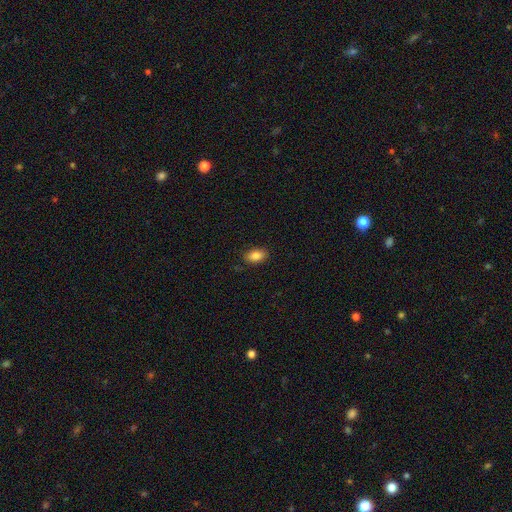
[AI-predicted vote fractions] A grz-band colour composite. It shows a smooth galaxy with no disk features (86%) that is in between round and cigar-shaped (89%). Merging: none (86%).